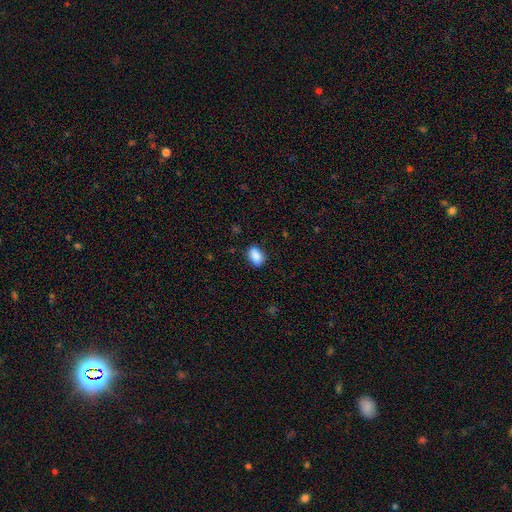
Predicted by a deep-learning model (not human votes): This is clearly a smooth galaxy (88%). How rounded: clearly in between (86%). Merging: clearly none (81%).